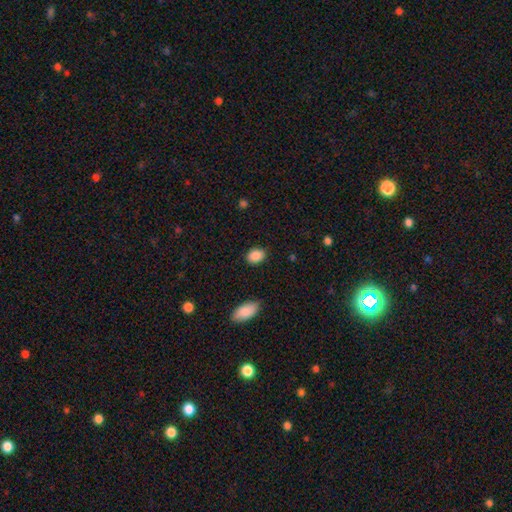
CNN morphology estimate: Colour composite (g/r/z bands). It shows a smooth galaxy with no disk features (89%) that is in between round and cigar-shaped (70%). Merging: none (86%).